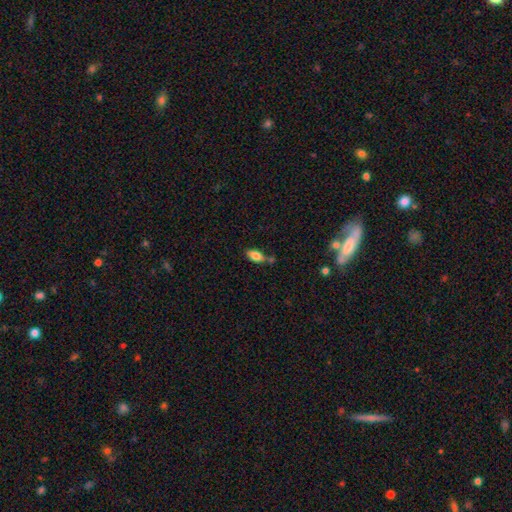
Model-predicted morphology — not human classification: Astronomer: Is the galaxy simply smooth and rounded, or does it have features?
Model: smooth — 78%.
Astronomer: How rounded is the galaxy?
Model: in between — 87%.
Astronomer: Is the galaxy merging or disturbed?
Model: none — 60%.